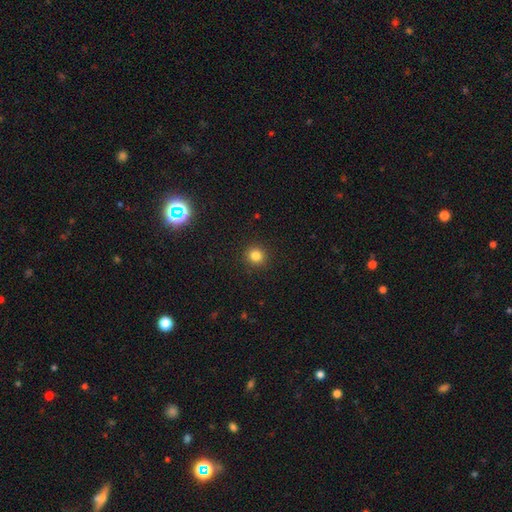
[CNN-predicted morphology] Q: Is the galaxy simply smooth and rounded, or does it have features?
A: smooth — 82%.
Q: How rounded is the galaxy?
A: round — 91%.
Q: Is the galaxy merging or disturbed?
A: none — 92%.